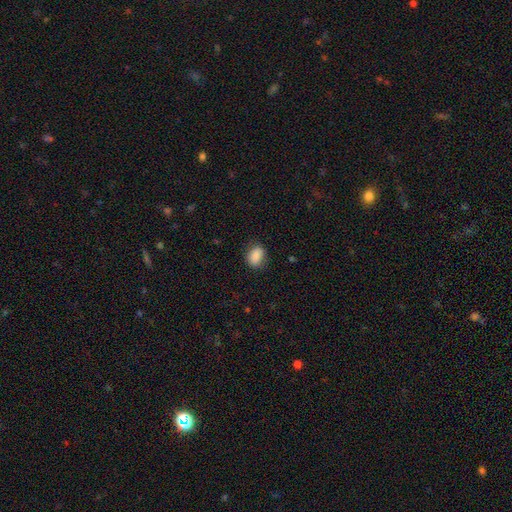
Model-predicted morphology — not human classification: smooth 88%, star or artifact 8%, featured or disk 5%. Down the decision tree: how rounded — in between (74%); merging — none (80%).